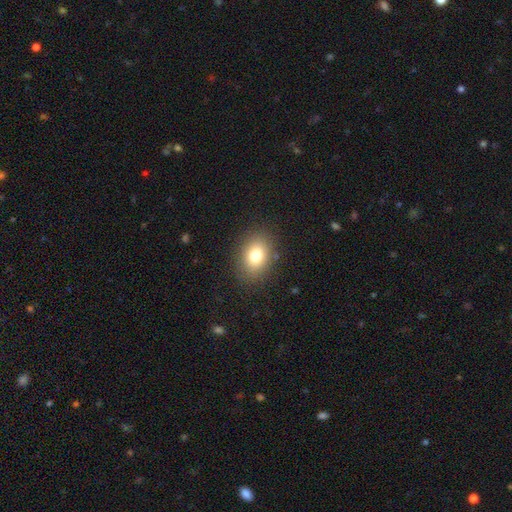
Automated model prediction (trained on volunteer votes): A smooth galaxy with no disk features (79%) that is in between round and cigar-shaped (70%). Merging: none (86%).